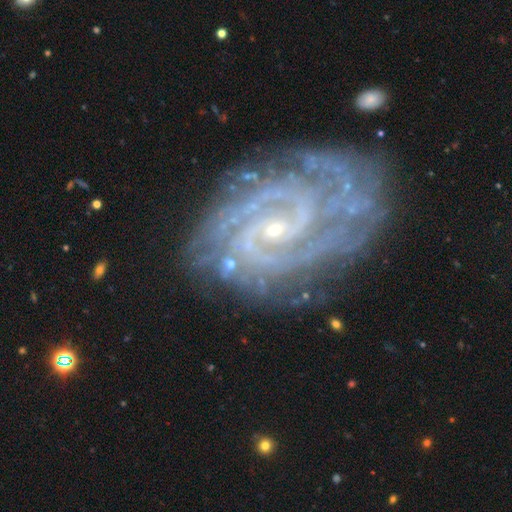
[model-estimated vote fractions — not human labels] Overall: featured or disk (92%). Edge-on disk: no (98%). Bar: no (49%; weak 37%). Spiral arms: yes (98%). Spiral arm count: 2 (45%; 3 16%). Spiral winding: tight (72%). Bulge size: small (82%). Merging: none (73%).